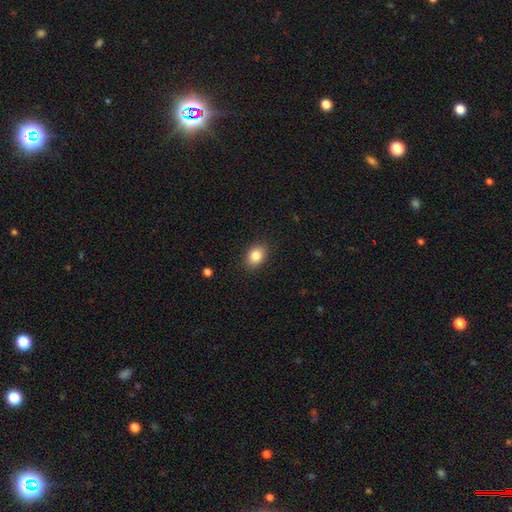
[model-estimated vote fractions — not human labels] Smooth or featured?
  - smooth: 84% *
  - star or artifact: 9%
  - featured or disk: 7%
How rounded?
  - in between: 70% *
  - round: 29%
  - cigar-shaped: 1%
Merging?
  - none: 88% *
  - minor disturbance: 9%
  - major disturbance: 2%
  - merger: 1%